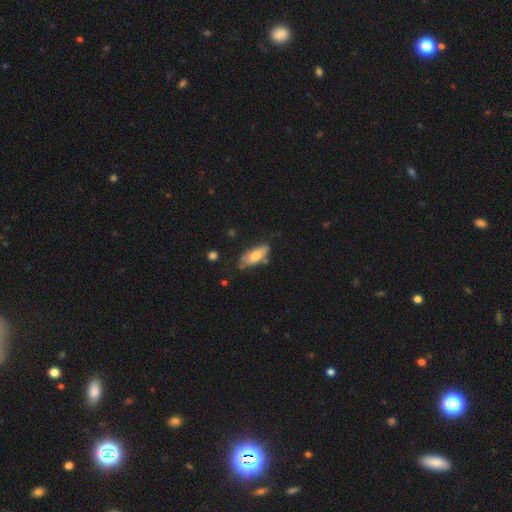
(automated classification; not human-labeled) Smooth or featured? Predicted: smooth (p=0.71). How rounded? Predicted: in between (p=0.75). Merging? Predicted: none (p=0.61).